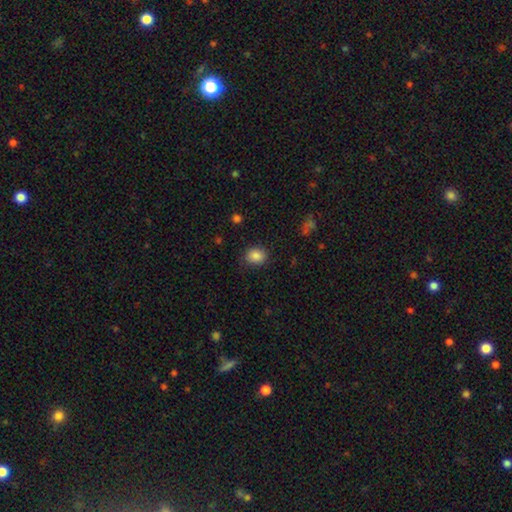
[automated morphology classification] Smooth or featured? Predicted: smooth (p=0.86). How rounded? Predicted: round (p=0.59). Merging? Predicted: none (p=0.84).